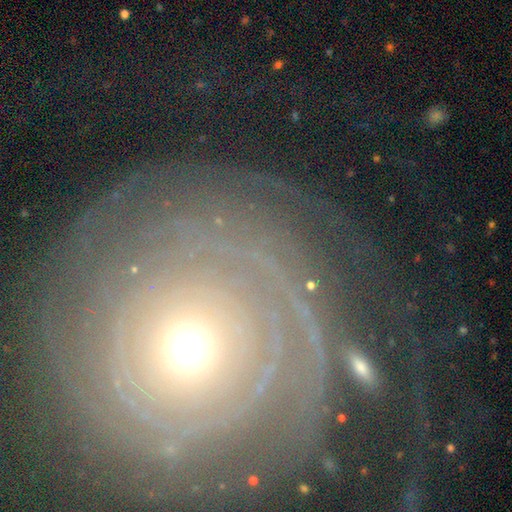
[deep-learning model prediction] Overall: featured or disk (73%). Edge-on disk: no (94%). Bar: no (84%). Spiral arms: yes (81%). Spiral arm count: can't tell (38%; more than 4 16%). Spiral winding: tight (82%). Bulge size: moderate (49%; small 41%). Merging: none (72%).